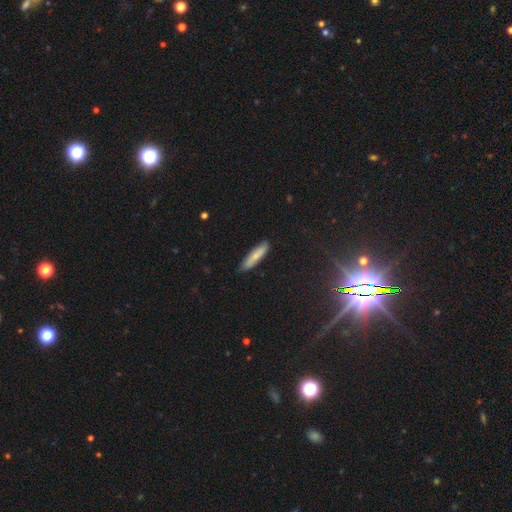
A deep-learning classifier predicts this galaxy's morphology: Smooth or featured? Predicted: smooth (p=0.73). How rounded? Predicted: cigar-shaped (p=0.80). Merging? Predicted: none (p=0.84).